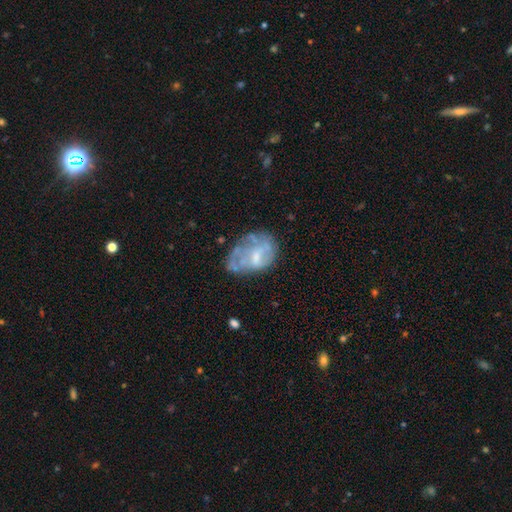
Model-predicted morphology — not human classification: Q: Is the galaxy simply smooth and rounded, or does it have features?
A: featured or disk — 59%.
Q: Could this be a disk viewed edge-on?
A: no — 97%.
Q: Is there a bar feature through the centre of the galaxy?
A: no — 57%.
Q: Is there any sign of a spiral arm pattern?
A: no — 67%.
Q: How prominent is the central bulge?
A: small — 40%.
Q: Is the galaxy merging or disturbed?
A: none — 46%.